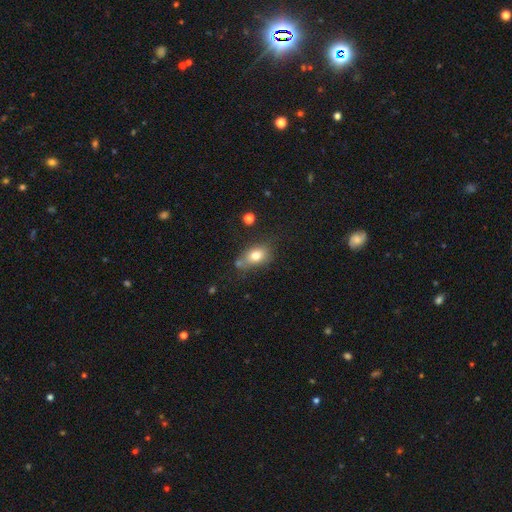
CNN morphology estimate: Smooth or featured? Predicted: smooth (p=0.77). How rounded? Predicted: in between (p=0.75). Merging? Predicted: none (p=0.57).